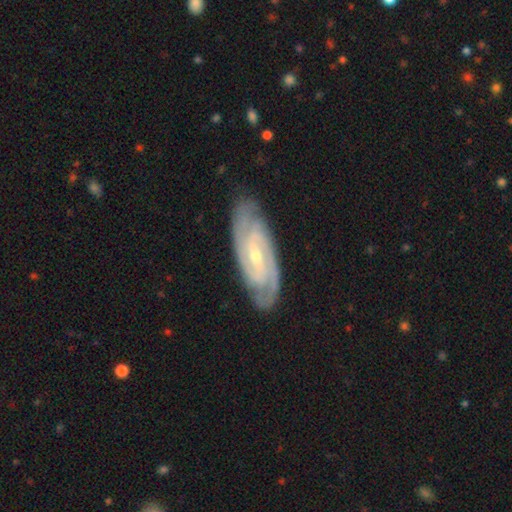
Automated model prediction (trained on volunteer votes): Smooth or featured? featured or disk (89%)
Edge-on disk? no (93%)
Bar? weak (45%)
Spiral arms? yes (98%)
Spiral winding? tight (62%)
Spiral arm count? 2 (59%)
Bulge size? small (69%)
Merging? none (82%)